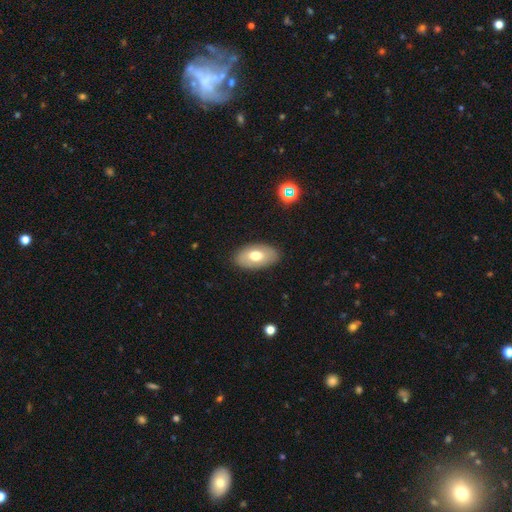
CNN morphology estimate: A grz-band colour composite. It shows a smooth galaxy with no disk features (68%) that is in between round and cigar-shaped (93%). Merging: none (87%).